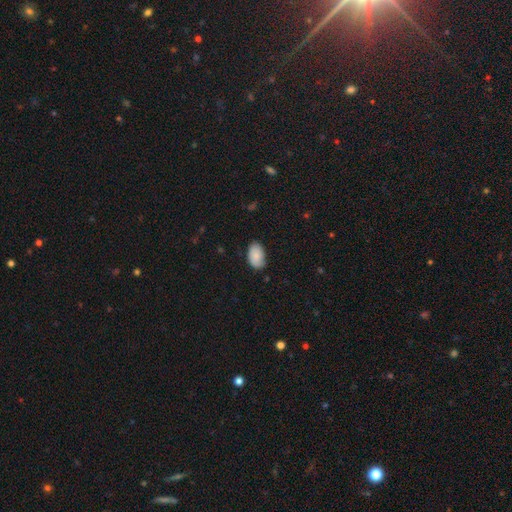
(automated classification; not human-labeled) This appears to be a smooth galaxy with no disk features (85%) that is in between round and cigar-shaped (91%). Merging: none (75%).